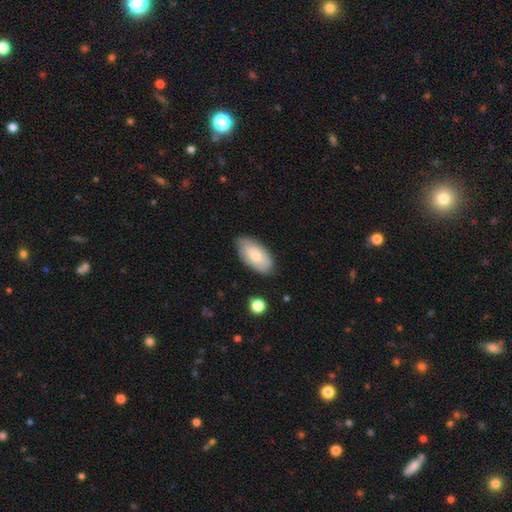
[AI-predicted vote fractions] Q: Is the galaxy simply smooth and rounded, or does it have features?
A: smooth — 73%.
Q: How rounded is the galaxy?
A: in between — 94%.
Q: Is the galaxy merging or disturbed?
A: none — 79%.